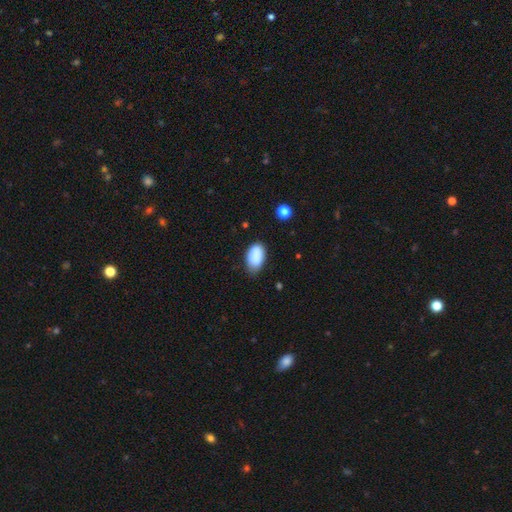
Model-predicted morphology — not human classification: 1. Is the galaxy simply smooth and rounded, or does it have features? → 86% smooth, 8% star or artifact, 6% featured or disk.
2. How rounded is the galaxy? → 92% in between, 7% round, 1% cigar-shaped.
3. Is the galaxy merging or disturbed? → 63% none, 28% minor disturbance, 5% major disturbance, 4% merger.